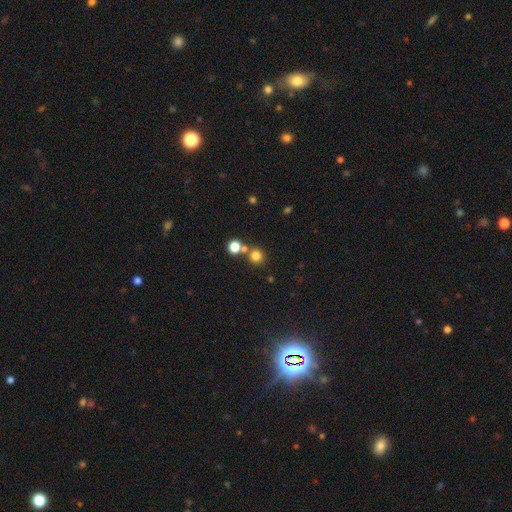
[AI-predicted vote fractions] A smooth galaxy with no disk features (78%) that is round (90%).

Vote fractions:
- Smooth or featured? smooth: 78% / star or artifact: 16% / featured or disk: 6%
- How rounded? round: 90% / in between: 9% / cigar-shaped: 1%
- Merging? none: 69% / merger: 21% / minor disturbance: 7% / major disturbance: 3%